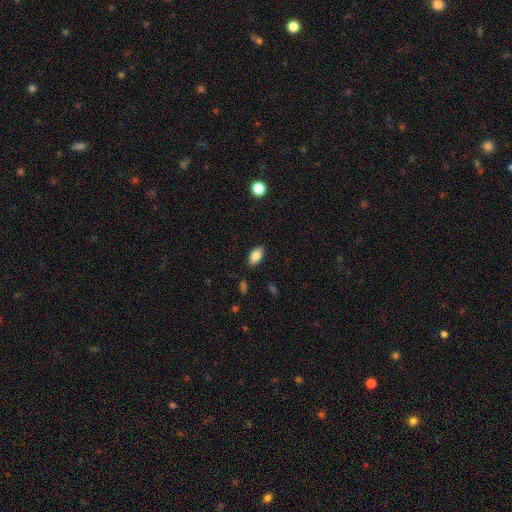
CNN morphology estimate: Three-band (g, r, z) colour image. It shows a smooth galaxy with no disk features (84%) that is in between round and cigar-shaped (92%). Merging: none (87%).